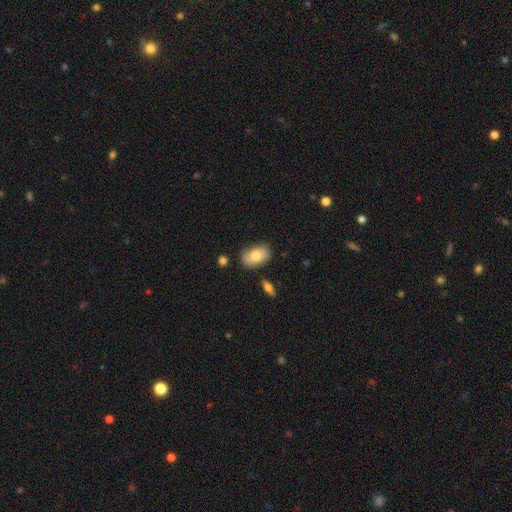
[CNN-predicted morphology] Smooth or featured? smooth (75%)
How rounded? in between (91%)
Merging? none (71%)